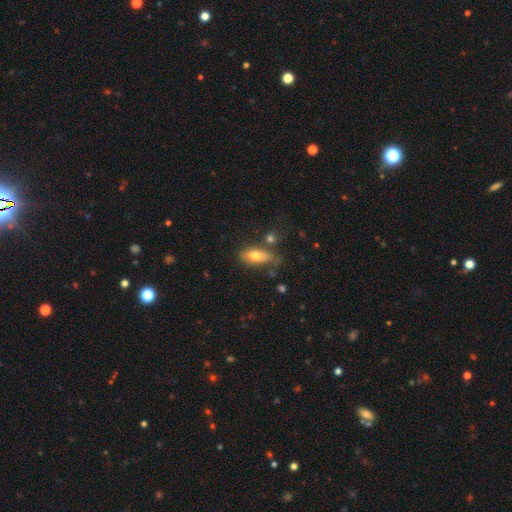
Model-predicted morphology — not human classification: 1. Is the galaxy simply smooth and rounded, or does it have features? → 67% smooth, 25% featured or disk, 8% star or artifact.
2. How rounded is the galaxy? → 74% in between, 21% cigar-shaped, 5% round.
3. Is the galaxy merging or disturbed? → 53% none, 25% minor disturbance, 12% merger, 10% major disturbance.